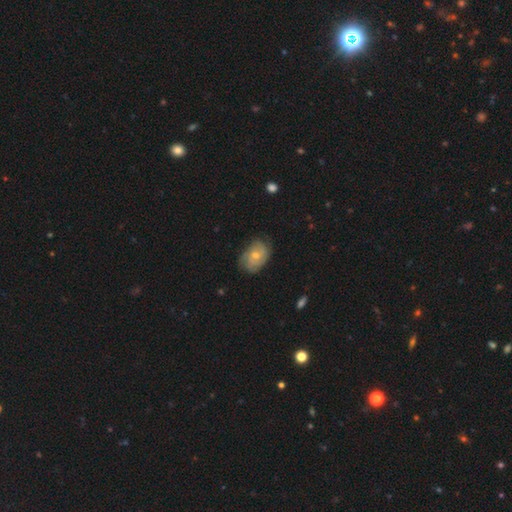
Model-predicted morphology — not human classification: Overall: featured or disk (55%; smooth 38%). Edge-on disk: no (96%). Bar: no (71%). Spiral arms: yes (82%). Bulge size: small (48%; moderate 47%). Merging: none (70%).